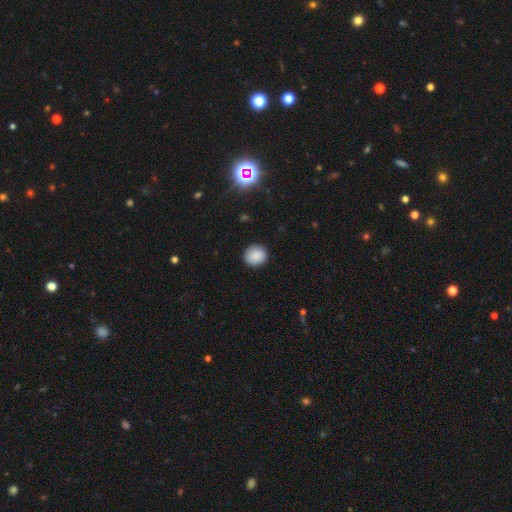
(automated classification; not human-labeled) This is clearly a smooth galaxy (88%). How rounded: clearly round (88%). Merging: clearly none (91%).